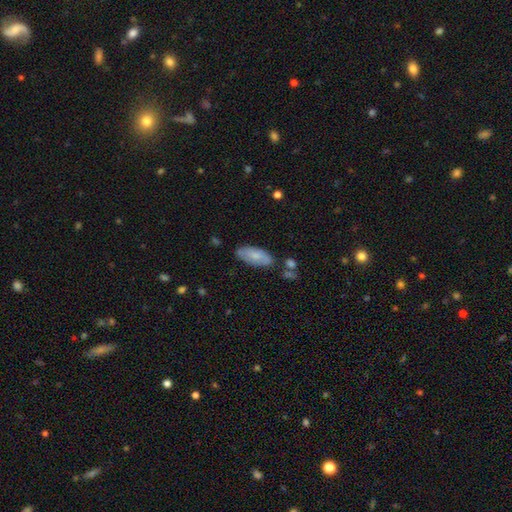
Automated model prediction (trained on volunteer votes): This appears to be a smooth galaxy with no disk features (71%) that is in between round and cigar-shaped (83%). Merging: none (73%).